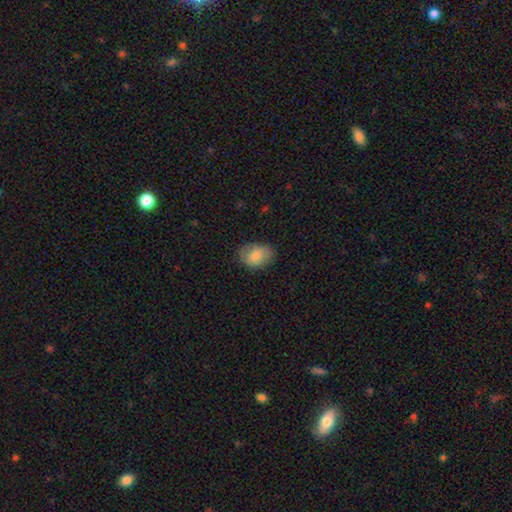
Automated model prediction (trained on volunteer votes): Smooth or featured?
  - smooth: 76% *
  - featured or disk: 16%
  - star or artifact: 8%
How rounded?
  - in between: 75% *
  - round: 24%
  - cigar-shaped: 1%
Merging?
  - none: 74% *
  - minor disturbance: 20%
  - major disturbance: 5%
  - merger: 1%